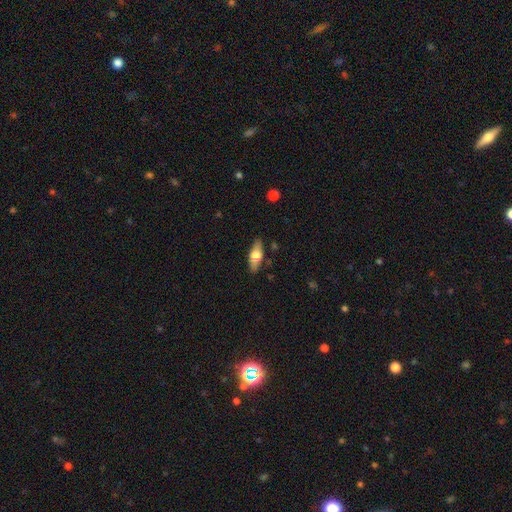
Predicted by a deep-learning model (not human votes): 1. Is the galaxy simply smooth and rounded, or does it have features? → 58% smooth, 36% featured or disk, 6% star or artifact.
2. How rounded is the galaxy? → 70% in between, 27% cigar-shaped, 3% round.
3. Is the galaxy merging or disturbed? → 85% none, 11% minor disturbance, 2% major disturbance, 1% merger.